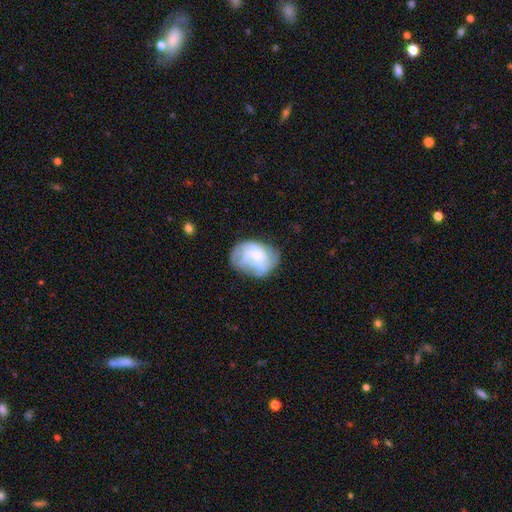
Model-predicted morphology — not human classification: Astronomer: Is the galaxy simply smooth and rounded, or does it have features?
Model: featured or disk — 64%.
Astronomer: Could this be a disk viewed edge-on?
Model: no — 98%.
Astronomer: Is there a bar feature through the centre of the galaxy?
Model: no — 52% (runner-up: weak, 39%).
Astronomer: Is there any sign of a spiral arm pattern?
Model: yes — 77%.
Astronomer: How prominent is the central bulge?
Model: small — 35% (runner-up: none, 29%).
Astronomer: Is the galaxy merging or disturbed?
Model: none — 54%.